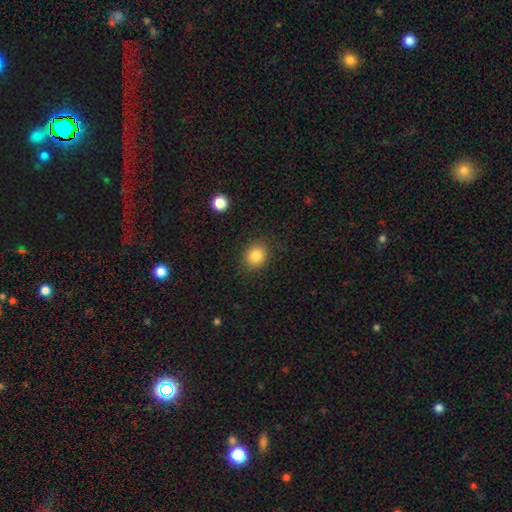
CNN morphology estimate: This appears to be a smooth galaxy with no disk features (85%) that is round (76%). Merging: none (87%).